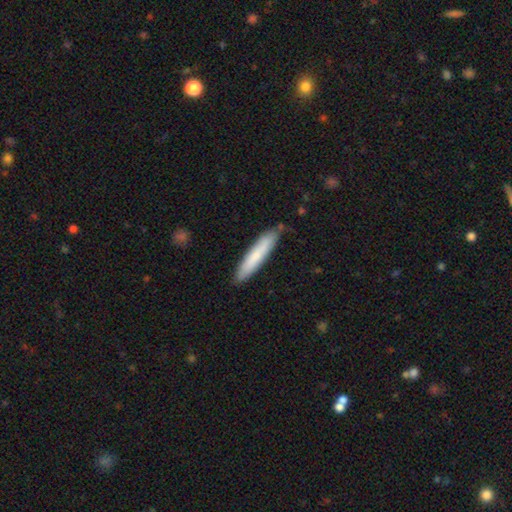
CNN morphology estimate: smooth_or_featured: smooth (p=0.75) [alt: featured or disk p=0.20]
how_rounded: cigar-shaped (p=0.90) [alt: in between p=0.09]
merging: none (p=0.84) [alt: minor disturbance p=0.13]